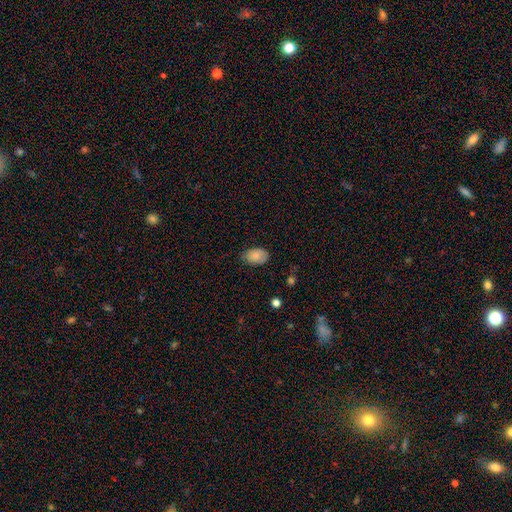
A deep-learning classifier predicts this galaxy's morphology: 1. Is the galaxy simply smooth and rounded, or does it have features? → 82% smooth, 10% featured or disk, 7% star or artifact.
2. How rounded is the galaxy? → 88% in between, 11% round, 1% cigar-shaped.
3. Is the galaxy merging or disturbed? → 73% none, 21% minor disturbance, 4% major disturbance, 1% merger.